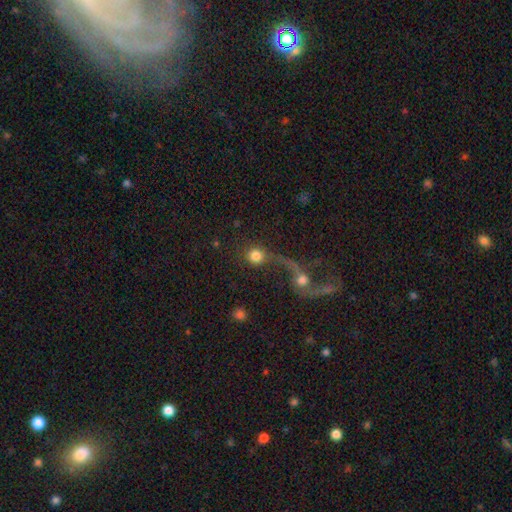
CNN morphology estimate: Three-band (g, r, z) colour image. It shows a smooth galaxy with no disk features (78%) that is round (91%). Merging: merger (39%).